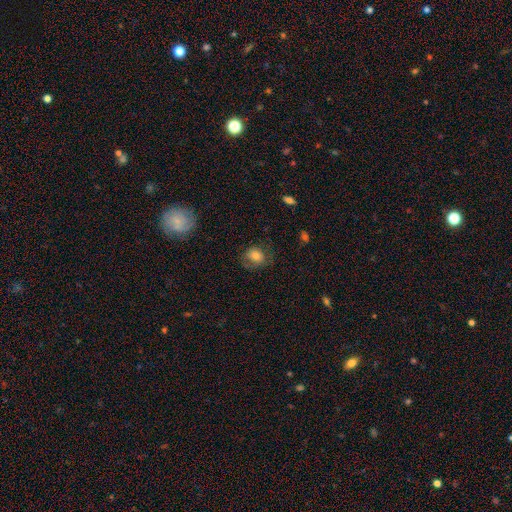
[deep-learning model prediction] Smooth or featured?
  - smooth: 70% *
  - featured or disk: 20%
  - star or artifact: 10%
How rounded?
  - round: 61% *
  - in between: 38%
  - cigar-shaped: 1%
Merging?
  - none: 63% *
  - minor disturbance: 21%
  - major disturbance: 15%
  - merger: 1%